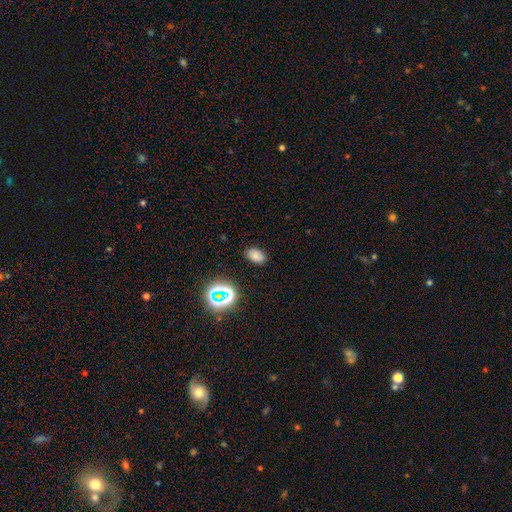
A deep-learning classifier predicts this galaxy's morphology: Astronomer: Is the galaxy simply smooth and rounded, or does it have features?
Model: smooth — 72%.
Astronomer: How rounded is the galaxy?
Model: in between — 87%.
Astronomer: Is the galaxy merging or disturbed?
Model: none — 84%.